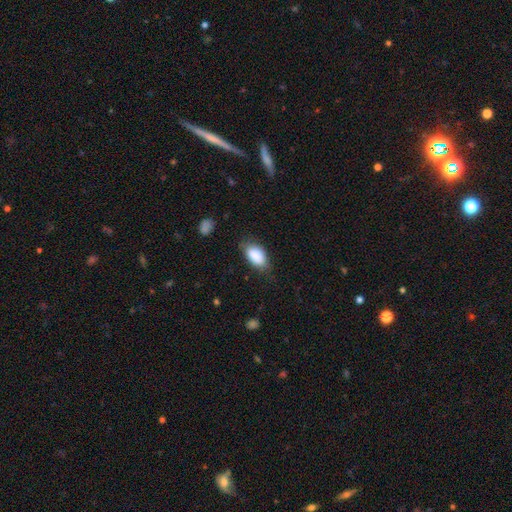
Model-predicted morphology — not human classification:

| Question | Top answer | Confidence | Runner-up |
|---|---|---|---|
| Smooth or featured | smooth | 87% | featured or disk (7%) |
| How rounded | in between | 92% | round (5%) |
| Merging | none | 68% | minor disturbance (24%) |